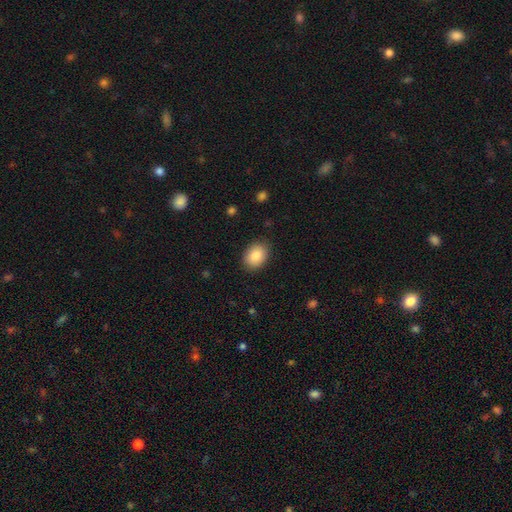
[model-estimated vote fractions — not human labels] Smooth or featured: smooth — 85% (star or artifact — 8%)
How rounded: in between — 68% (round — 31%)
Merging: none — 87% (minor disturbance — 9%)